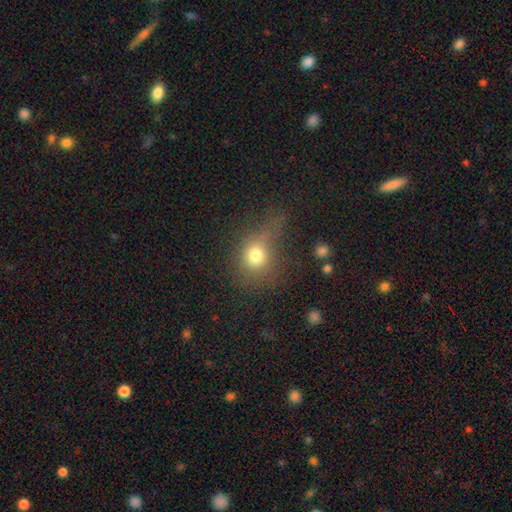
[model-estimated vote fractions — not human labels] Overall: smooth (72%). How rounded: round (70%). Merging: none (42%; major disturbance 28%).